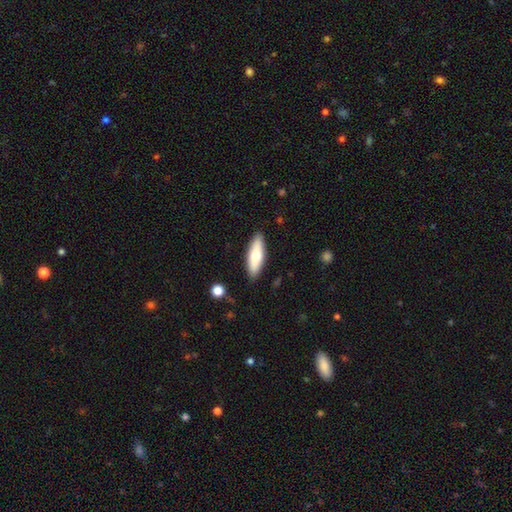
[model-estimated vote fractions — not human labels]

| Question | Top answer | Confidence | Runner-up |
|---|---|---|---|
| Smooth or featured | smooth | 66% | featured or disk (29%) |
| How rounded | in between | 55% | cigar-shaped (43%) |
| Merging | none | 87% | minor disturbance (9%) |